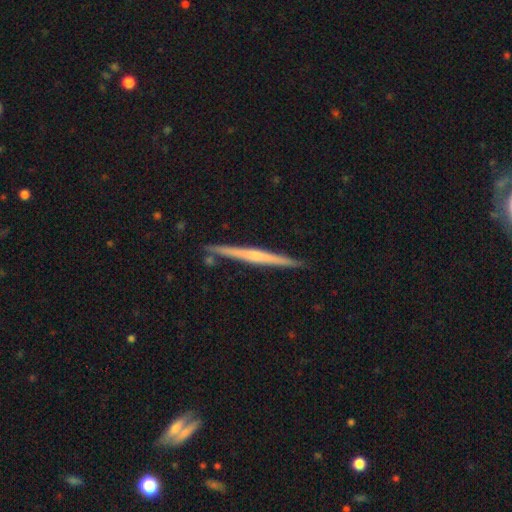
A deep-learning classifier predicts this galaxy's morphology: This appears to be a featured or disk galaxy (63%) viewed edge-on (98%) with no central bulge (62%). Merging: none (88%).